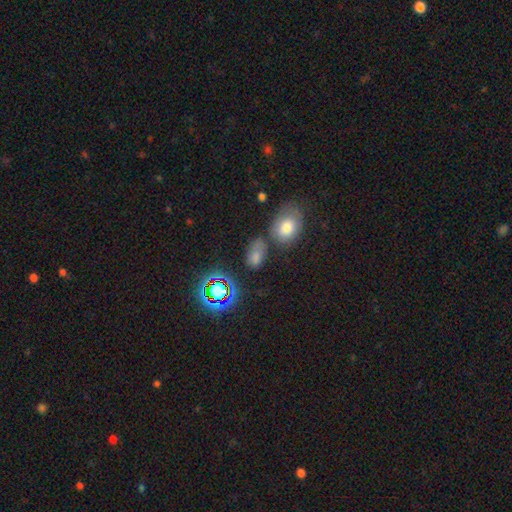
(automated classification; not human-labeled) smooth-or-featured: smooth: 67% | star or artifact: 23% | featured or disk: 10%
  how-rounded: in between: 85% | round: 13% | cigar-shaped: 2%
  merging: none: 55% | minor disturbance: 19% | merger: 17% | major disturbance: 9%